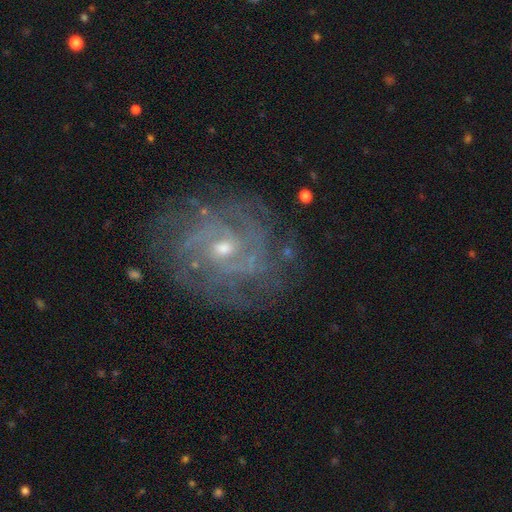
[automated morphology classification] smooth-or-featured: featured or disk: 83% | star or artifact: 10% | smooth: 7%
  disk-edge-on: no: 97% | yes: 3%
    bar: no: 47% | weak: 41% | strong: 11%
    has-spiral-arms: yes: 95% | no: 5%
      spiral-winding: tight: 67% | medium: 27% | loose: 6%
      spiral-arm-count: can't tell: 34% | 2: 18% | 4: 15% | 3: 14% | more than 4: 11% | 1: 8%
    bulge-size: small: 61% | moderate: 36% | none: 1% | large: 1% | dominant: 1%
  merging: none: 80% | minor disturbance: 13% | major disturbance: 6% | merger: 1%